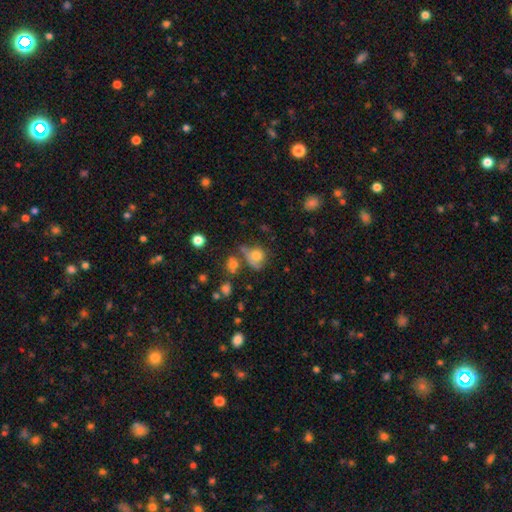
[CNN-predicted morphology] A smooth galaxy with no disk features (72%) that is round (68%). Merging: none (40%).